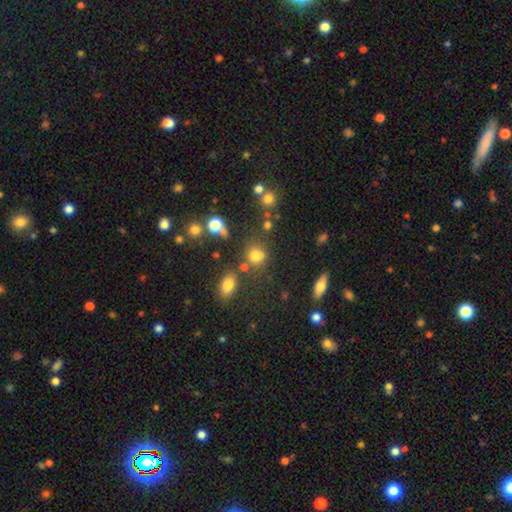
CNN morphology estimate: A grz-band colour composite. It shows a smooth galaxy with no disk features (69%) that is round (65%). Merging: none (52%).